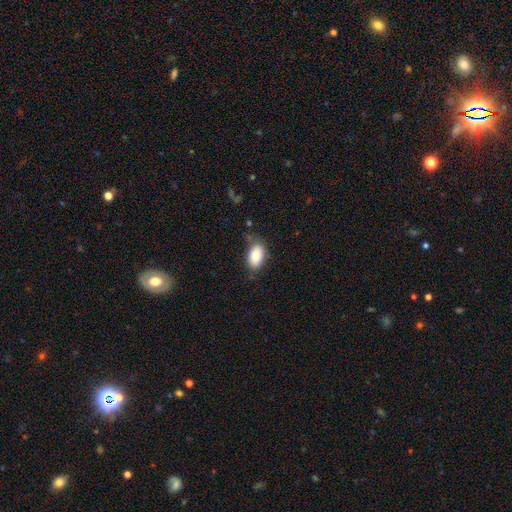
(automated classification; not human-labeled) Smooth or featured? Predicted: smooth (p=0.84). How rounded? Predicted: in between (p=0.92). Merging? Predicted: none (p=0.72).